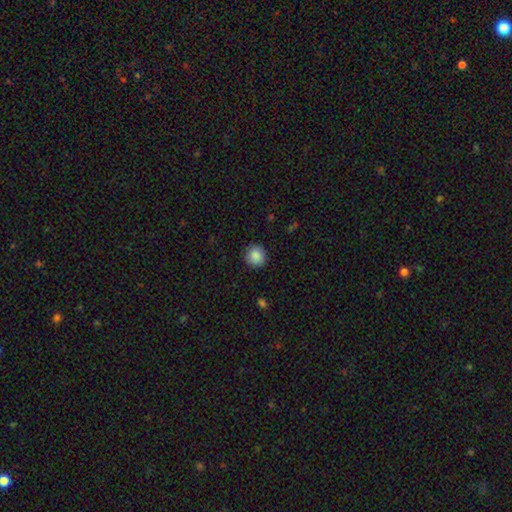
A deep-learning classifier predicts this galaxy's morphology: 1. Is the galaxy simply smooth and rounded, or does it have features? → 88% smooth, 9% star or artifact, 3% featured or disk.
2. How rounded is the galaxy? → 91% round, 8% in between, 1% cigar-shaped.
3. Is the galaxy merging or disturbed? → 90% none, 7% minor disturbance, 2% major disturbance, 1% merger.